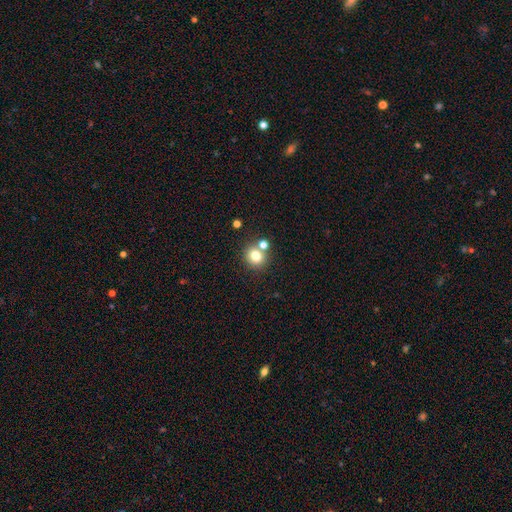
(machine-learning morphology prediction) A smooth galaxy with no disk features (78%) that is round (84%). Merging: none (67%).